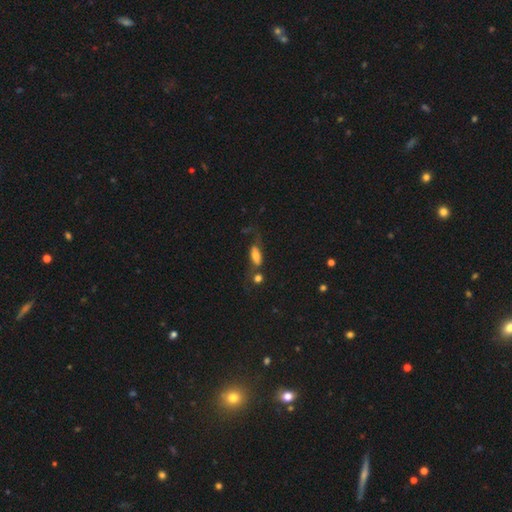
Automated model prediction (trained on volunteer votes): Q: Smooth or featured?
A: smooth (64%); runner-up: featured or disk (27%)
Q: How rounded?
A: in between (79%); runner-up: cigar-shaped (16%)
Q: Merging?
A: none (41%); runner-up: merger (20%)